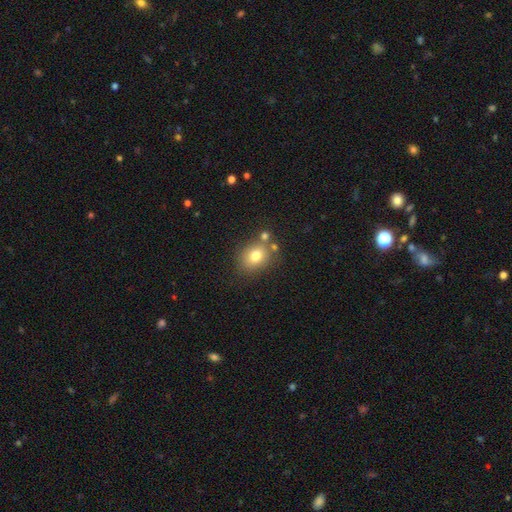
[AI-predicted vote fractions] A smooth galaxy with no disk features (76%) that is round (53%). Merging: none (68%).